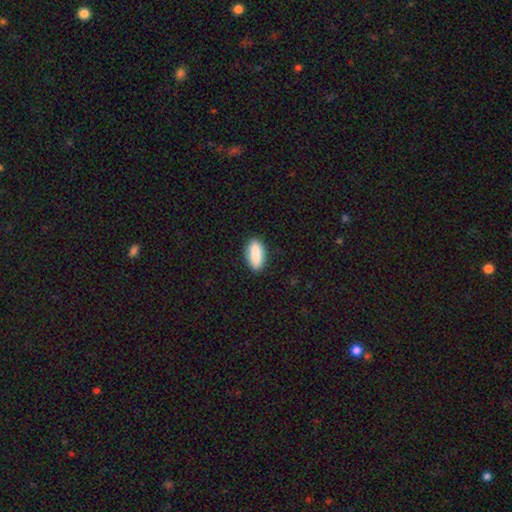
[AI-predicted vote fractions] A smooth galaxy with no disk features (89%) that is in between round and cigar-shaped (84%).

Vote fractions:
- Smooth or featured? smooth: 89% / star or artifact: 6% / featured or disk: 5%
- How rounded? in between: 84% / cigar-shaped: 14% / round: 2%
- Merging? none: 89% / minor disturbance: 8% / major disturbance: 2% / merger: 1%